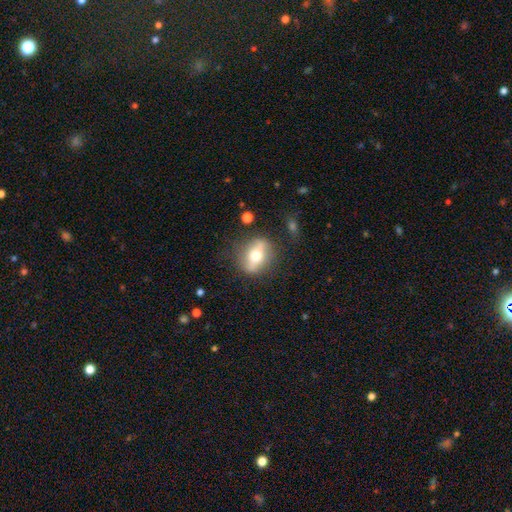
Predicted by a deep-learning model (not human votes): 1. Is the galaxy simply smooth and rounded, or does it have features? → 53% featured or disk, 40% smooth, 7% star or artifact.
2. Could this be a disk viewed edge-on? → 51% no, 49% yes.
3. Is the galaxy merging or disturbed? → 79% none, 13% minor disturbance, 6% major disturbance, 2% merger.